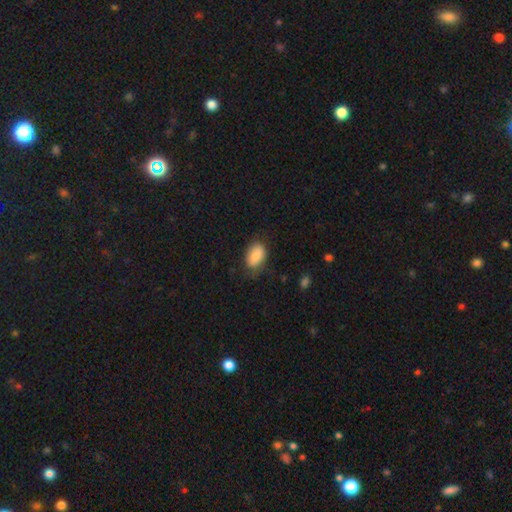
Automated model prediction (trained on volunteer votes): Morphology: type=smooth (86%); roundness=in between (89%); merging=none (66%).